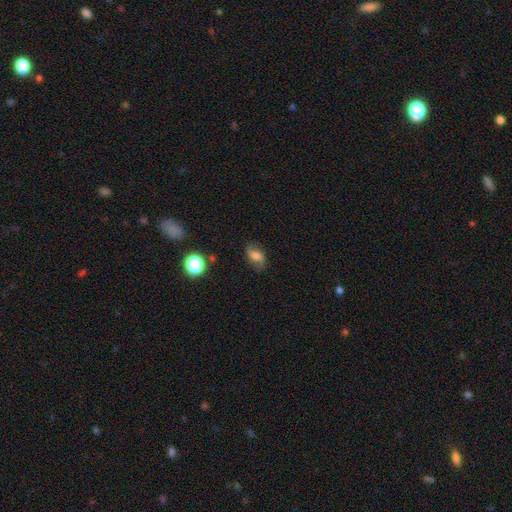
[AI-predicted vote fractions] Smooth or featured?
  - featured or disk: 45% *
  - smooth: 42%
  - star or artifact: 13%
Merging?
  - none: 74% *
  - minor disturbance: 18%
  - major disturbance: 6%
  - merger: 2%